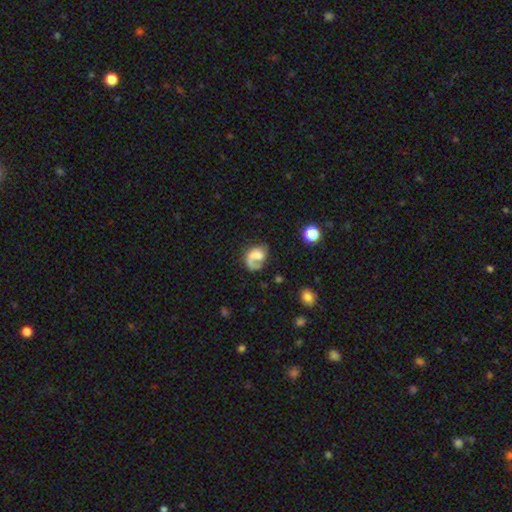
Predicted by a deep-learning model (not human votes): A featured or disk galaxy (60%) with no bar (68%), spiral arms (84%) and no central bulge (34%). Merging: none (40%).